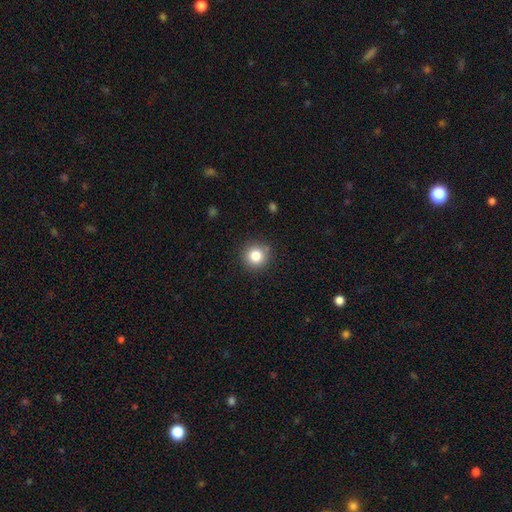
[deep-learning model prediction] Overall: smooth (81%). How rounded: round (94%). Merging: none (87%).